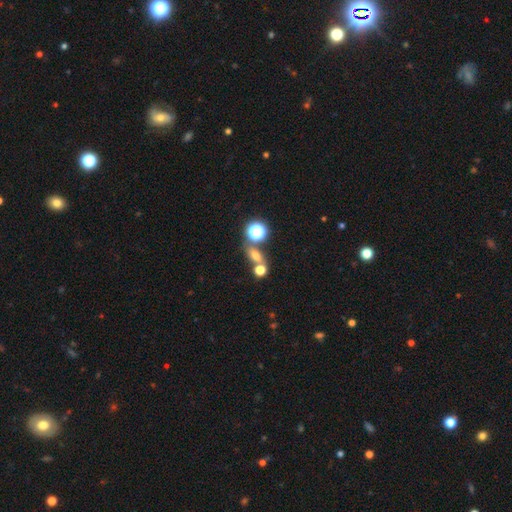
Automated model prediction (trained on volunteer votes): Q: Smooth or featured?
A: smooth (61%); runner-up: star or artifact (24%)
Q: How rounded?
A: in between (53%); runner-up: round (41%)
Q: Merging?
A: none (53%); runner-up: merger (31%)